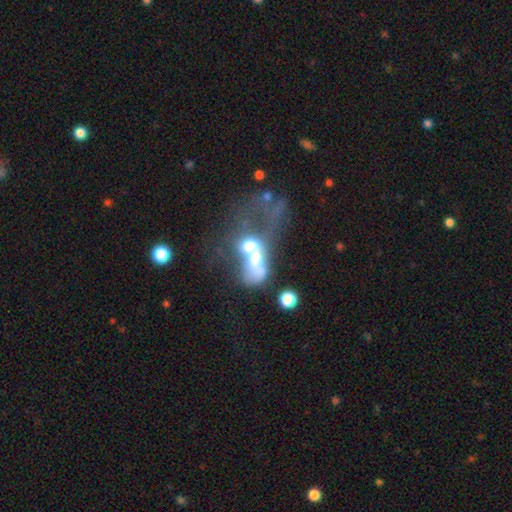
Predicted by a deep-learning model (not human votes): This is possibly a featured or disk galaxy (48%). Merging: possibly merger (57%).